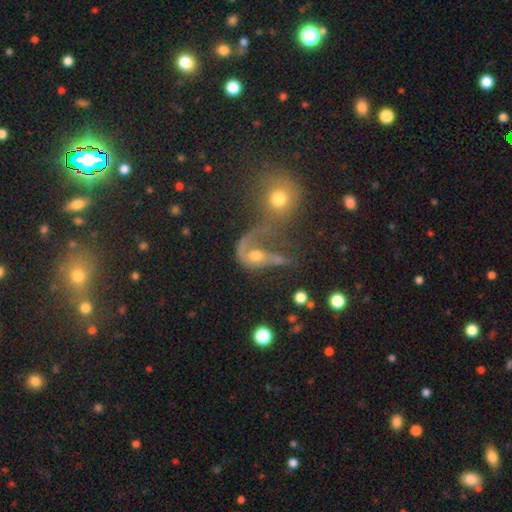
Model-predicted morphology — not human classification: A featured or disk galaxy (55%) with no bar (71%), spiral arms (64%) and a moderate central bulge (58%). Merging: merger (54%).